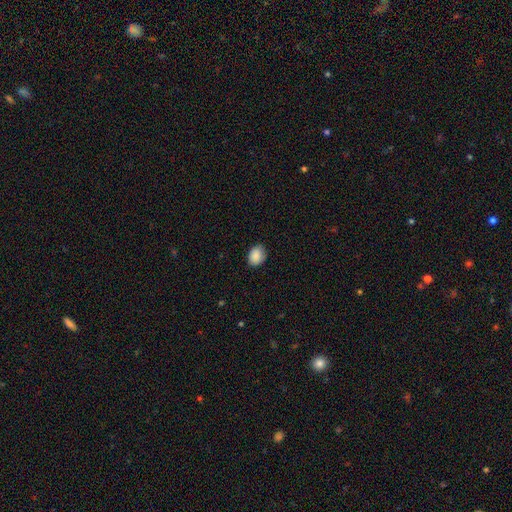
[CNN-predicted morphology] A smooth galaxy with no disk features (88%) that is in between round and cigar-shaped (63%).

Vote fractions:
- Smooth or featured? smooth: 88% / star or artifact: 7% / featured or disk: 4%
- How rounded? in between: 63% / round: 36% / cigar-shaped: 1%
- Merging? none: 79% / minor disturbance: 17% / major disturbance: 3% / merger: 1%